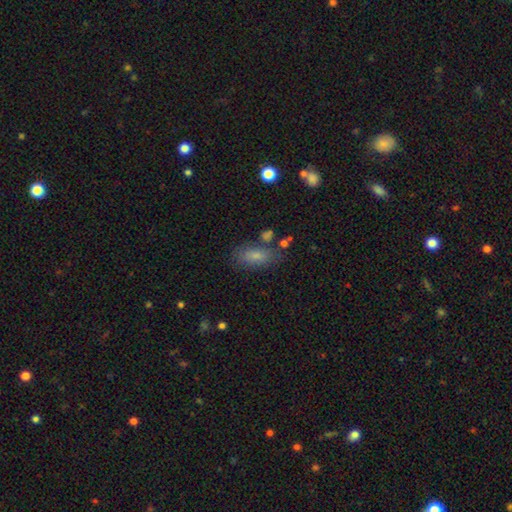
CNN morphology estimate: type=smooth (76%); roundness=in between (83%); merging=none (67%).